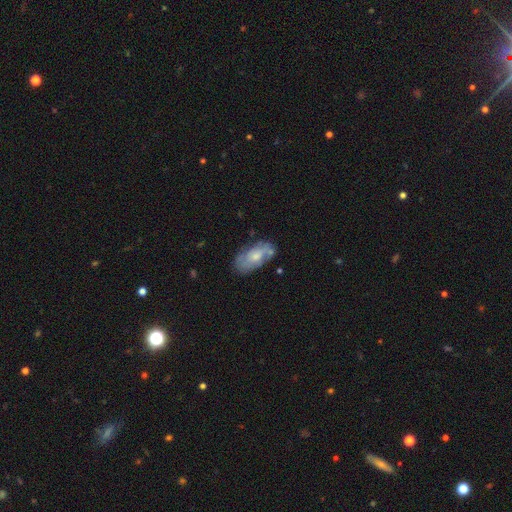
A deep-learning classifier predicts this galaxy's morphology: A featured or disk galaxy (51%).

Vote fractions:
- Smooth or featured? featured or disk: 51% / smooth: 42% / star or artifact: 7%
- Edge-on disk? no: 91% / yes: 9%
- Merging? none: 62% / minor disturbance: 24% / major disturbance: 8% / merger: 6%